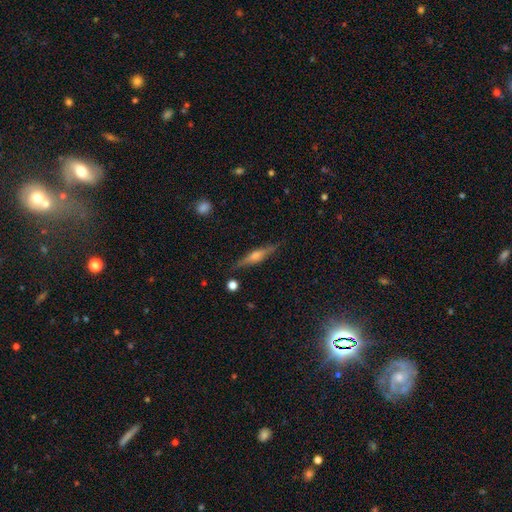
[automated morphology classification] This appears to be a featured or disk galaxy (70%) viewed edge-on (96%) with a rounded central bulge (82%). Merging: none (87%).